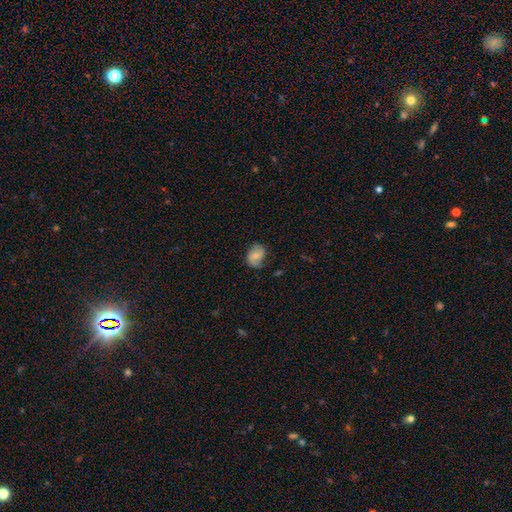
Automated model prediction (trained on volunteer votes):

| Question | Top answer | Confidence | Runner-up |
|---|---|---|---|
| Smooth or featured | smooth | 62% | featured or disk (30%) |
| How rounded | in between | 61% | round (38%) |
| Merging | none | 60% | minor disturbance (29%) |